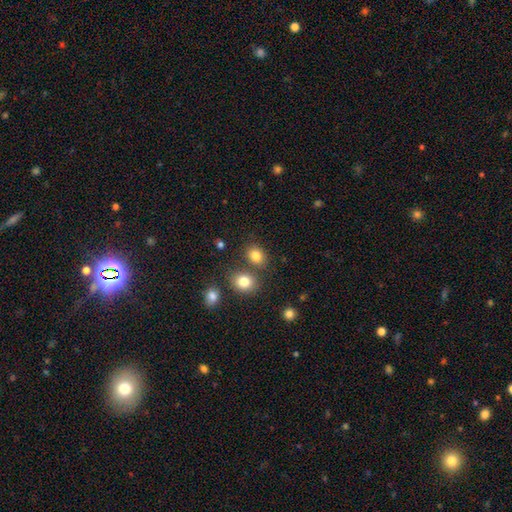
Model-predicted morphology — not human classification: Smooth or featured? smooth (82%)
How rounded? round (50%)
Merging? none (71%)